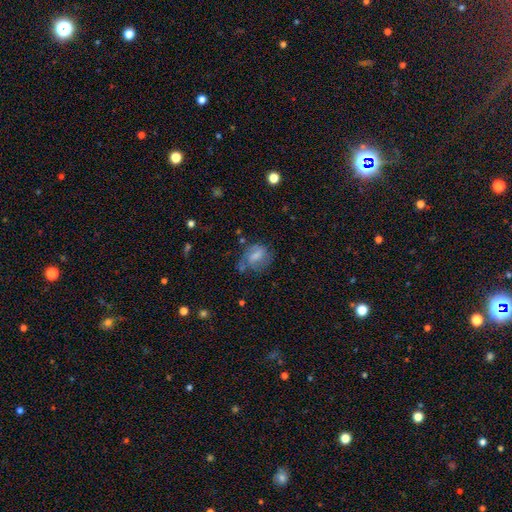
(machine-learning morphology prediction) Smooth or featured: smooth — 53% (featured or disk — 37%)
How rounded: in between — 60% (round — 38%)
Merging: none — 43% (minor disturbance — 29%)